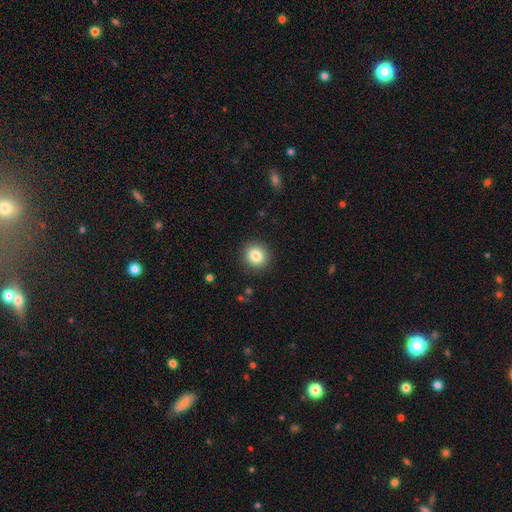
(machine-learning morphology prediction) This is clearly a smooth galaxy (84%). How rounded: clearly round (86%). Merging: clearly none (91%).